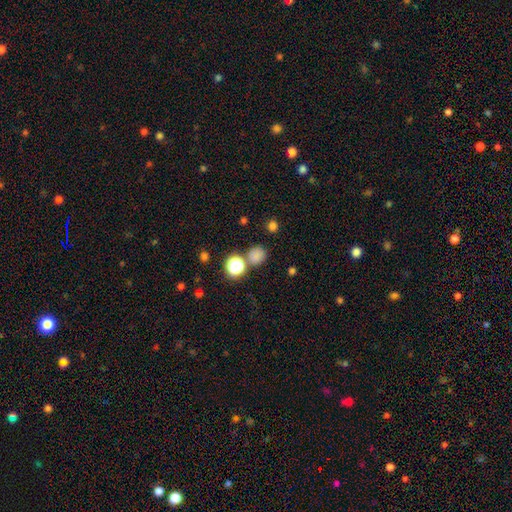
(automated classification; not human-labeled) Morphology: type=smooth (74%); roundness=round (80%); merging=none (75%).